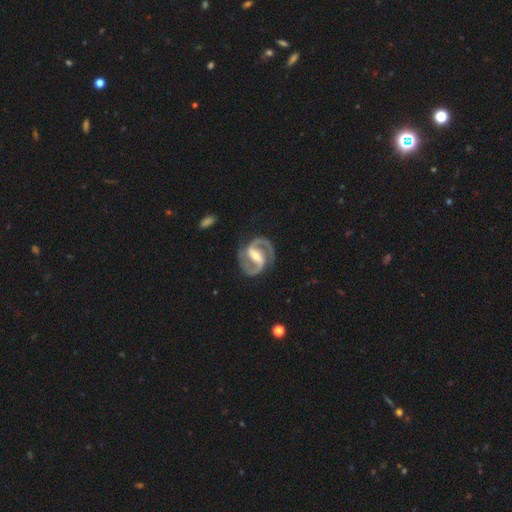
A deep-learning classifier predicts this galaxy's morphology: Overall: featured or disk (94%). Edge-on disk: no (98%). Bar: strong (61%; weak 29%). Spiral arms: yes (98%). Spiral arm count: 2 (94%). Spiral winding: medium (61%; tight 28%). Bulge size: moderate (56%; small 38%). Merging: none (83%).